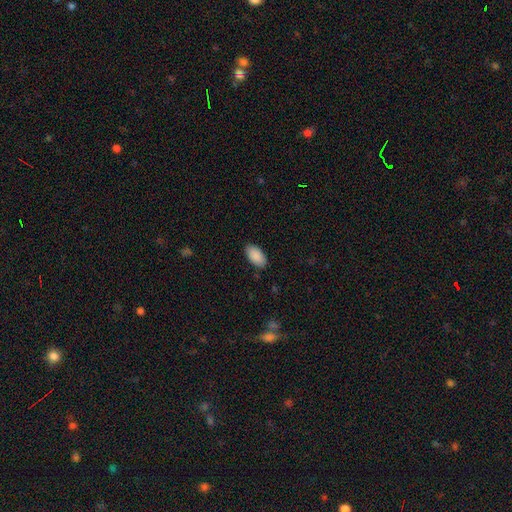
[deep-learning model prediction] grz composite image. It shows a smooth galaxy with no disk features (90%) that is in between round and cigar-shaped (95%). Merging: none (87%).